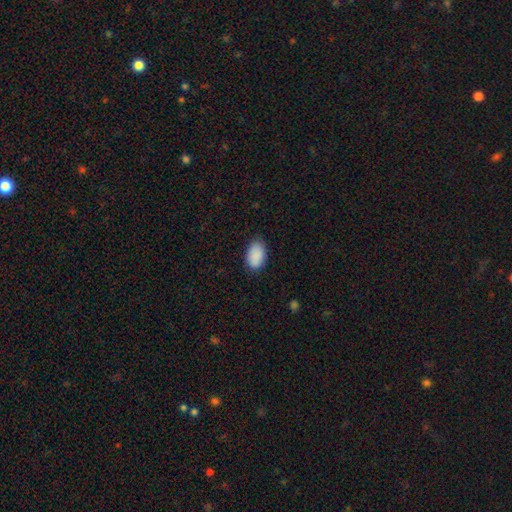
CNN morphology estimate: Smooth or featured?
  - smooth: 90% *
  - star or artifact: 7%
  - featured or disk: 3%
How rounded?
  - in between: 92% *
  - round: 6%
  - cigar-shaped: 1%
Merging?
  - none: 81% *
  - minor disturbance: 15%
  - major disturbance: 3%
  - merger: 1%